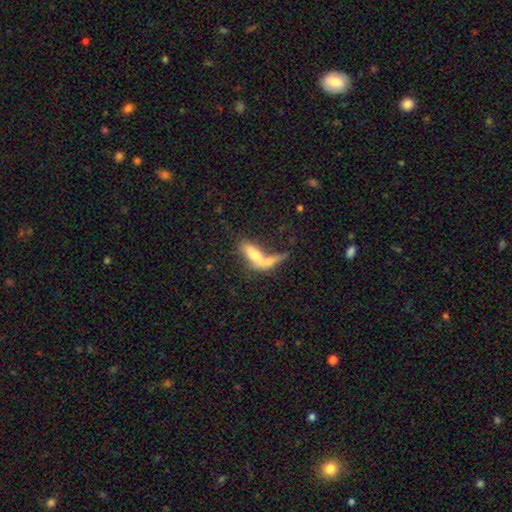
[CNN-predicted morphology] Overall: smooth (59%; featured or disk 32%). How rounded: in between (50%; cigar-shaped 46%). Merging: merger (49%; none 24%).